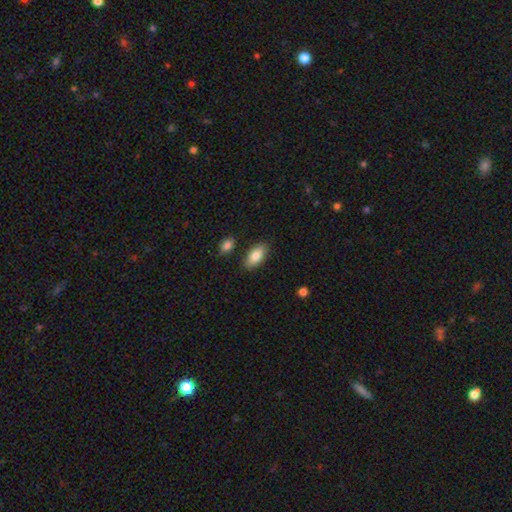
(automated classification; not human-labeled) Smooth or featured? smooth (84%)
How rounded? in between (90%)
Merging? none (85%)